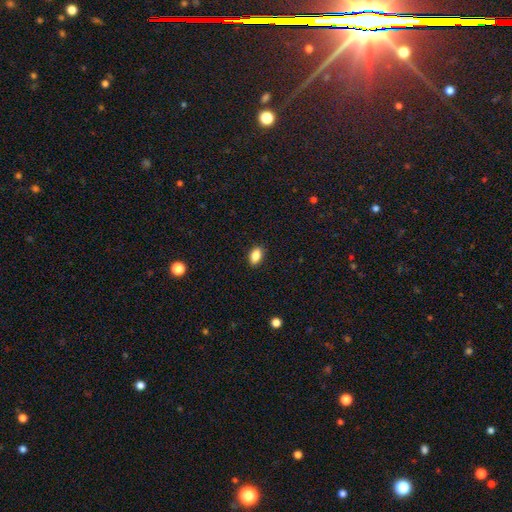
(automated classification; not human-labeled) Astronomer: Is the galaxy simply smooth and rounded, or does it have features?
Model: smooth — 85%.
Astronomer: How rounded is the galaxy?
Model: in between — 88%.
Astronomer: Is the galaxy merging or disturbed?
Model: none — 89%.